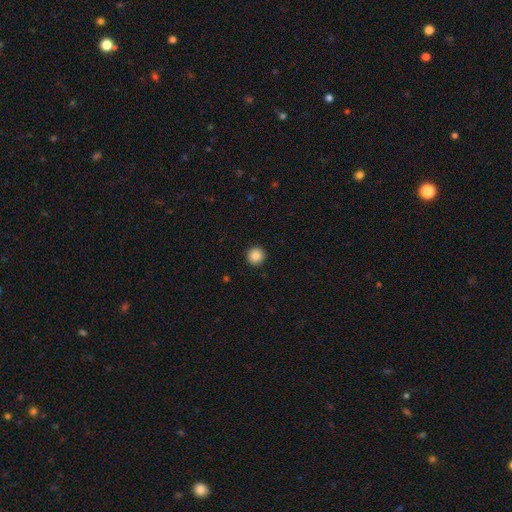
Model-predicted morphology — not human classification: Smooth or featured: smooth — 87% (star or artifact — 9%)
How rounded: round — 95% (in between — 4%)
Merging: none — 93% (minor disturbance — 4%)